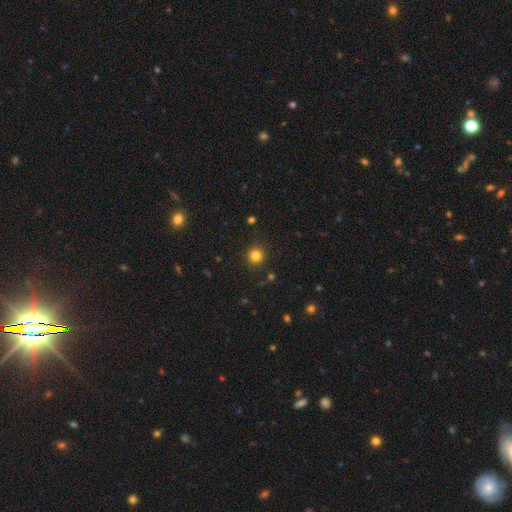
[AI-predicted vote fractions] A smooth galaxy with no disk features (83%) that is round (94%). Merging: none (91%).